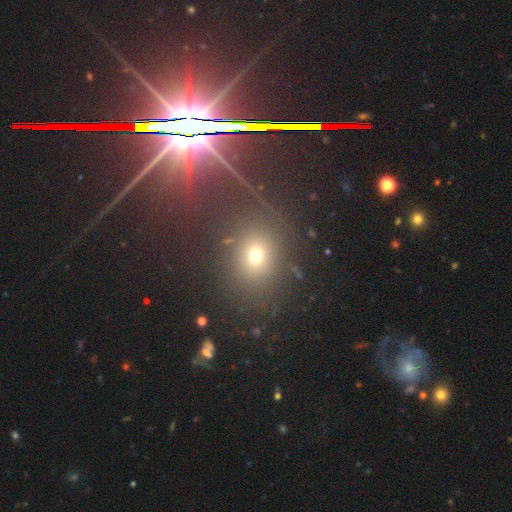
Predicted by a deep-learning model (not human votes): Morphology: type=smooth (59%); roundness=round (63%); merging=none (82%).